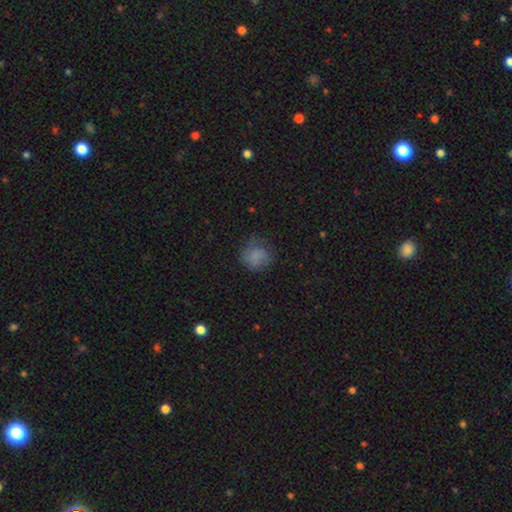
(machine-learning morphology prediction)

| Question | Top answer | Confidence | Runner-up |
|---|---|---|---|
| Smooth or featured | smooth | 76% | featured or disk (12%) |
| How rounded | round | 80% | in between (20%) |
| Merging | none | 61% | minor disturbance (25%) |